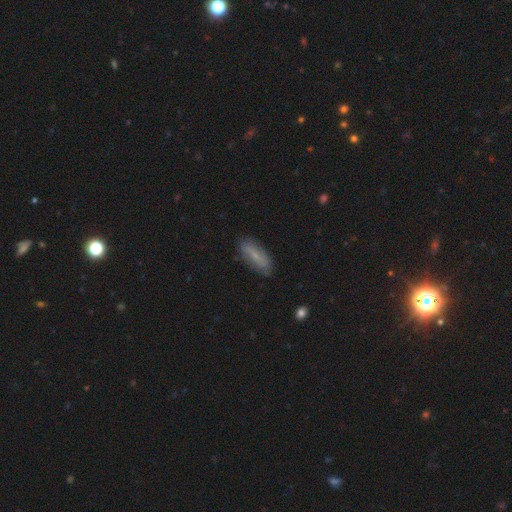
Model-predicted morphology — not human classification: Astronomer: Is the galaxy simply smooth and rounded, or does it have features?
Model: smooth — 66%.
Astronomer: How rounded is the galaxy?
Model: in between — 58% (runner-up: cigar-shaped, 40%).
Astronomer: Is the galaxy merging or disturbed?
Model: none — 79%.